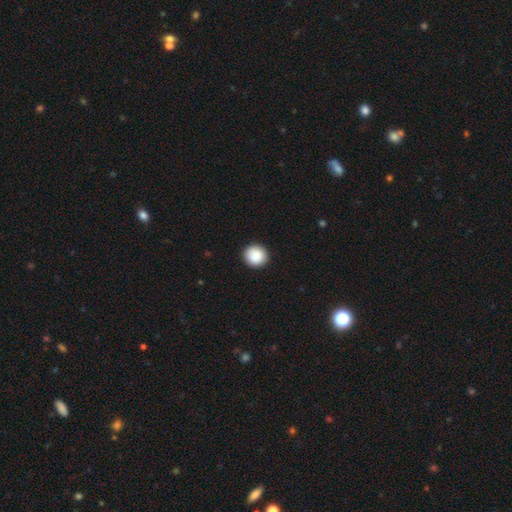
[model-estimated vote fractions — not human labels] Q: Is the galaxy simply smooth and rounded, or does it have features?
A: smooth — 88%.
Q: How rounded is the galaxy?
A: round — 92%.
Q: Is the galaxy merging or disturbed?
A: none — 92%.